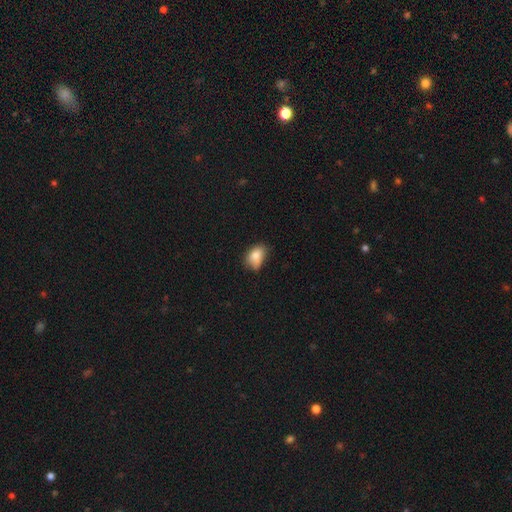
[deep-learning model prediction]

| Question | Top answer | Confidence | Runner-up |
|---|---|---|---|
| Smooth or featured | smooth | 80% | featured or disk (11%) |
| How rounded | in between | 76% | round (23%) |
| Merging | none | 49% | minor disturbance (39%) |